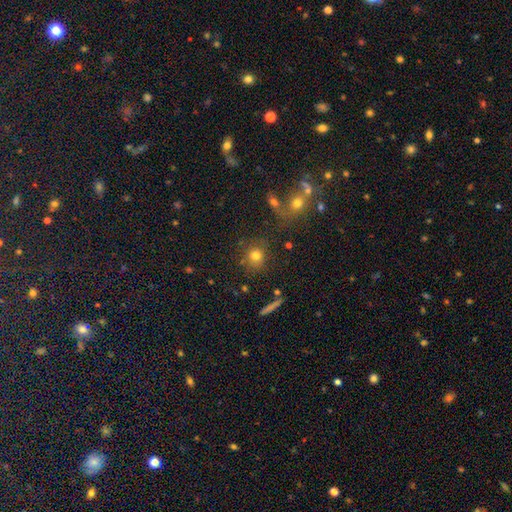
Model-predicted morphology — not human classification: Smooth or featured? Predicted: smooth (p=0.77). How rounded? Predicted: round (p=0.85). Merging? Predicted: none (p=0.77).